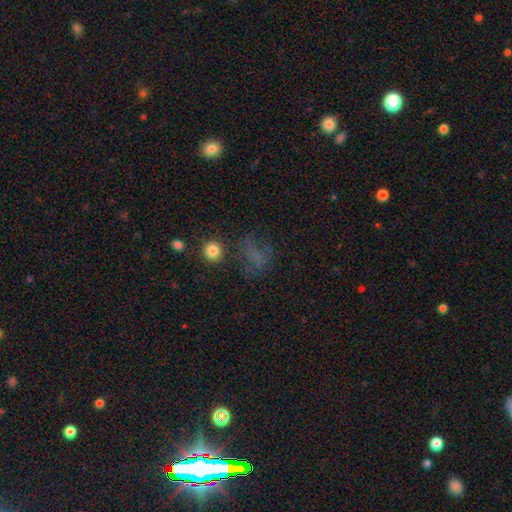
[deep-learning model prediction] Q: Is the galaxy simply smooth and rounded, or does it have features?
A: smooth — 51%.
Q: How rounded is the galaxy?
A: in between — 51%.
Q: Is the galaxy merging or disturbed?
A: none — 51%.